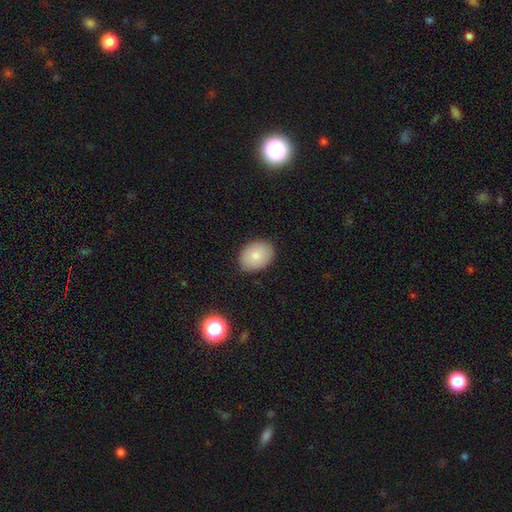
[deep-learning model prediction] A smooth galaxy with no disk features (79%) that is in between round and cigar-shaped (65%).

Vote fractions:
- Smooth or featured? smooth: 79% / featured or disk: 12% / star or artifact: 8%
- How rounded? in between: 65% / round: 34% / cigar-shaped: 1%
- Merging? none: 85% / minor disturbance: 11% / major disturbance: 2% / merger: 1%